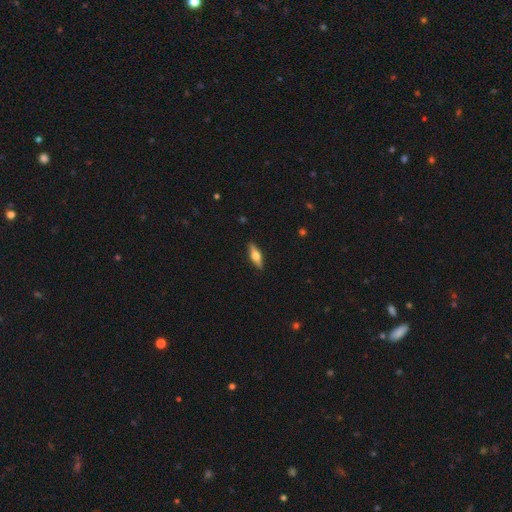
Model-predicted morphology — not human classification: Smooth or featured: featured or disk — 51% (smooth — 43%)
Edge-on disk: yes — 93% (no — 7%)
Merging: none — 90% (minor disturbance — 8%)